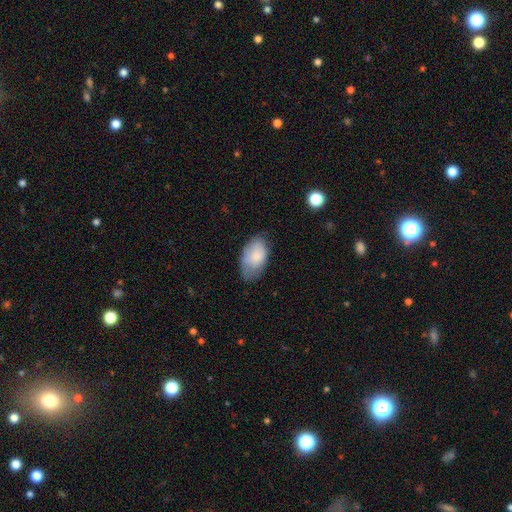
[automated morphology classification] Smooth or featured: smooth — 80% (featured or disk — 14%)
How rounded: in between — 94% (round — 5%)
Merging: none — 60% (minor disturbance — 31%)